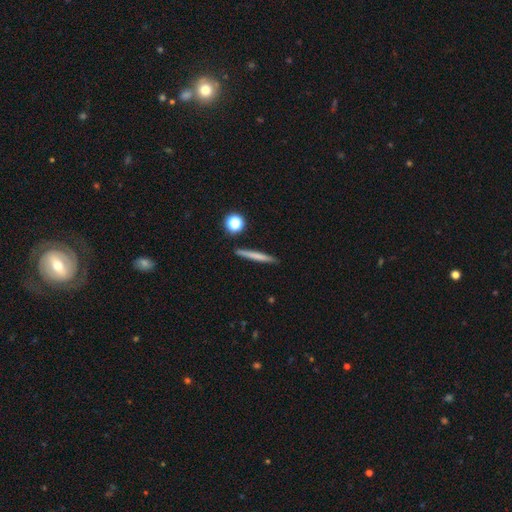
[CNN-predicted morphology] The model was most divided on "smooth or featured": smooth: 64%, featured or disk: 28%, star or artifact: 7%. More confident: how rounded — cigar-shaped (94%); merging — none (90%).